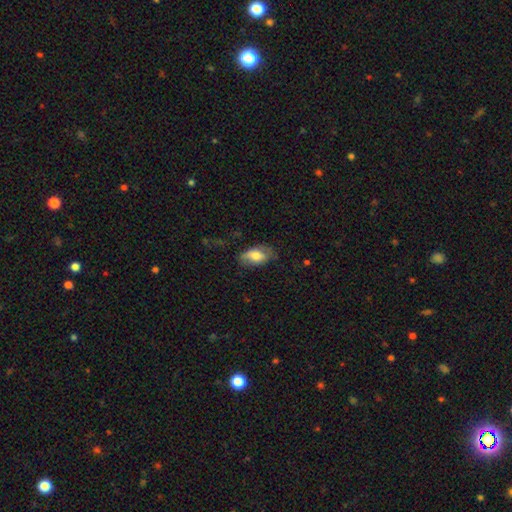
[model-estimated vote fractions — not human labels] This is likely a smooth galaxy (65%). How rounded: clearly in between (91%). Merging: likely none (63%).